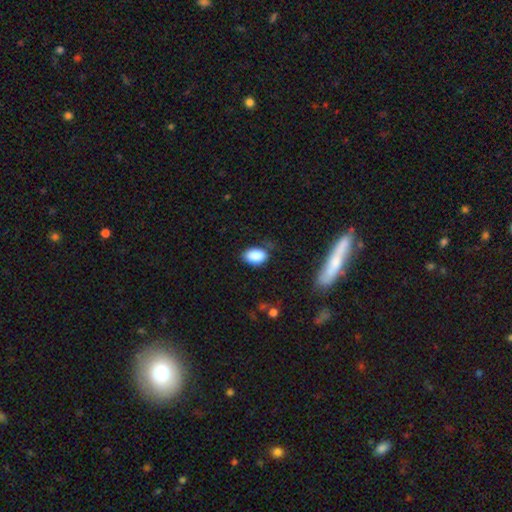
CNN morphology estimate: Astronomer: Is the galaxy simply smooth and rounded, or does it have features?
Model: smooth — 88%.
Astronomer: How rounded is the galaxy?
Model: in between — 90%.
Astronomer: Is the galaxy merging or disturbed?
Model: none — 73%.